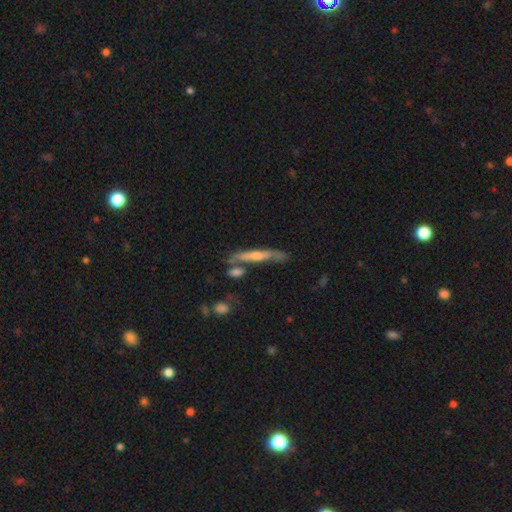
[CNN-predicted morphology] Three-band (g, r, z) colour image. It shows a featured or disk galaxy (58%) viewed edge-on (84%). Merging: none (63%).